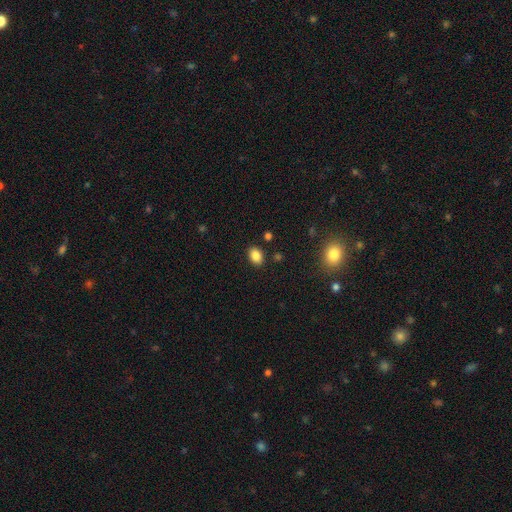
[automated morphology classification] Smooth or featured: smooth — 85% (star or artifact — 10%)
How rounded: in between — 73% (round — 26%)
Merging: none — 87% (minor disturbance — 8%)